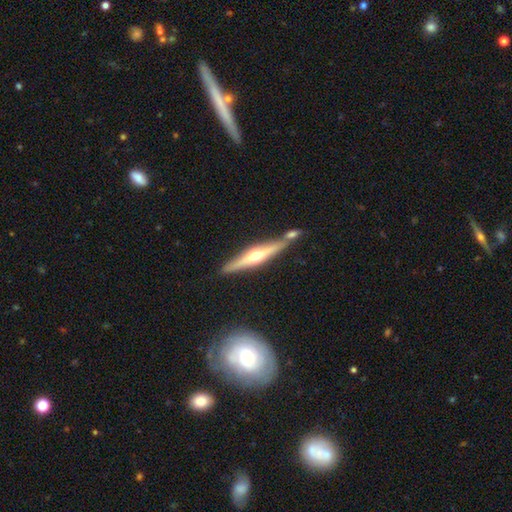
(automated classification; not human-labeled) The model was most divided on "smooth or featured": featured or disk: 68%, smooth: 26%, star or artifact: 6%. More confident: edge-on disk — yes (95%); edge-on bulge — rounded (92%); merging — none (68%).